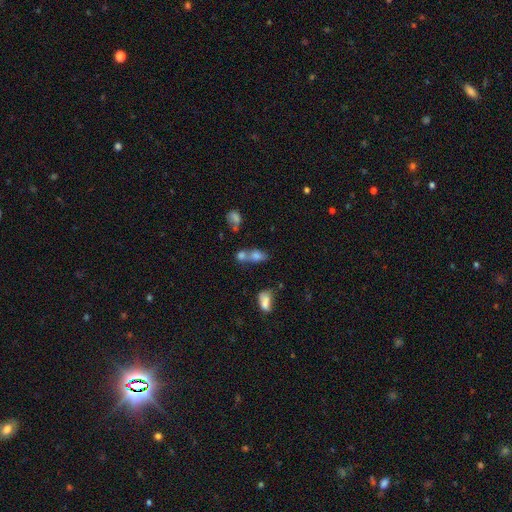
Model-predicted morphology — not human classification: The model was most divided on "merging": merger: 53%, none: 30%, minor disturbance: 11%, major disturbance: 6%. More confident: smooth or featured — smooth (71%); how rounded — in between (67%).